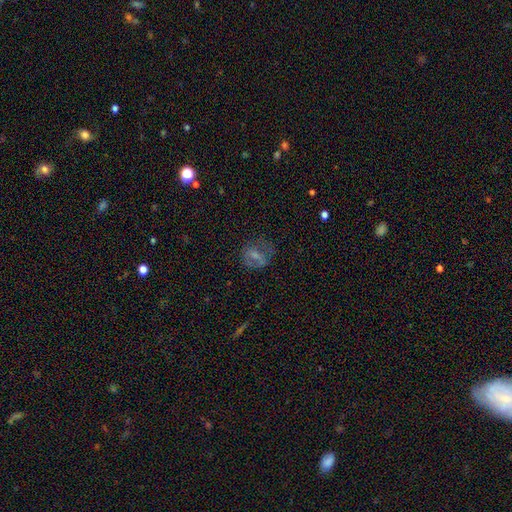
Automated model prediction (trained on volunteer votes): Overall: smooth (52%; featured or disk 32%). How rounded: round (63%; in between 36%). Merging: none (52%; major disturbance 23%).